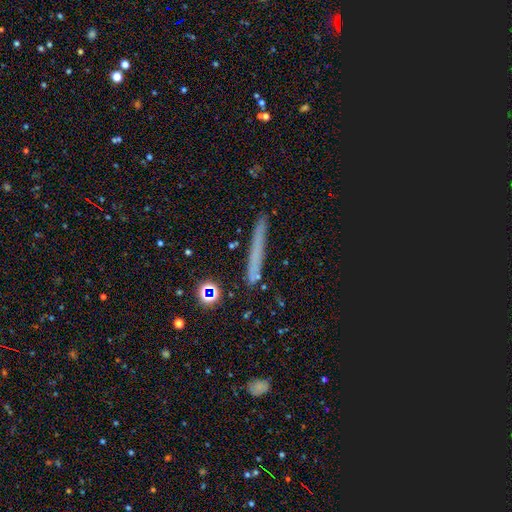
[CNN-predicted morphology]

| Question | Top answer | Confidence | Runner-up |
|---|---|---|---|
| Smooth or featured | smooth | 48% | star or artifact (26%) |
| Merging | none | 86% | minor disturbance (9%) |